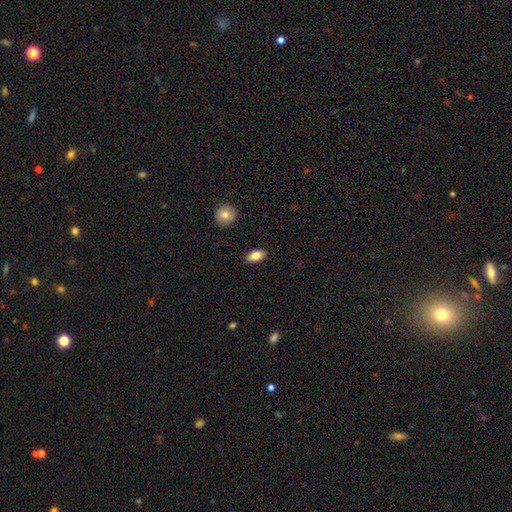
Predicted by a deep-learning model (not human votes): Q: Smooth or featured?
A: smooth (82%); runner-up: featured or disk (10%)
Q: How rounded?
A: in between (90%); runner-up: round (6%)
Q: Merging?
A: none (88%); runner-up: minor disturbance (9%)